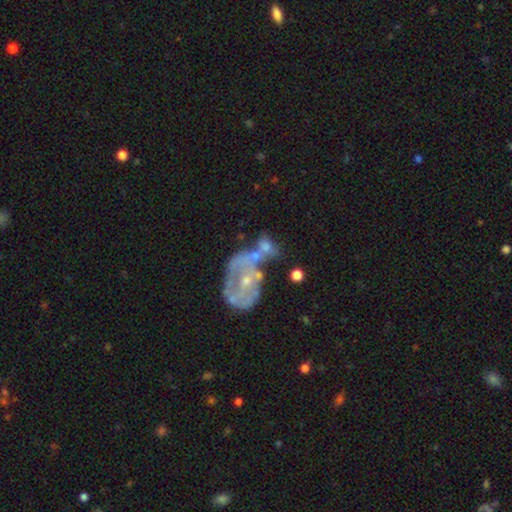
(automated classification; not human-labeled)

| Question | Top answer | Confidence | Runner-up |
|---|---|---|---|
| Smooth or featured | featured or disk | 63% | smooth (27%) |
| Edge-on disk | no | 97% | yes (3%) |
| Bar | no | 76% | weak (19%) |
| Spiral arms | no | 66% | yes (34%) |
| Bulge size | small | 61% | moderate (28%) |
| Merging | merger | 34% | none (24%) |